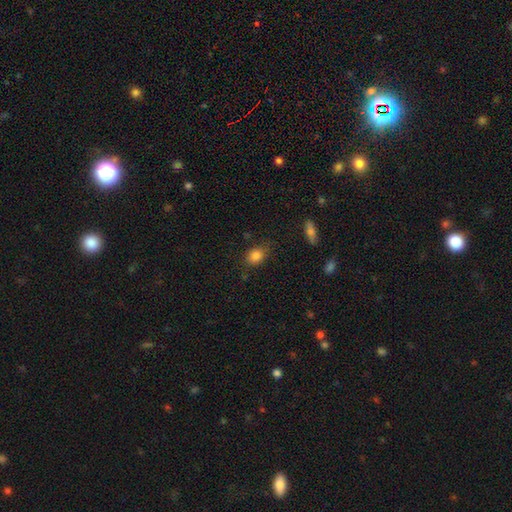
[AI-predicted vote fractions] smooth-or-featured: smooth: 84% | star or artifact: 10% | featured or disk: 6%
  how-rounded: in between: 52% | round: 46% | cigar-shaped: 2%
  merging: none: 76% | minor disturbance: 17% | major disturbance: 4% | merger: 2%